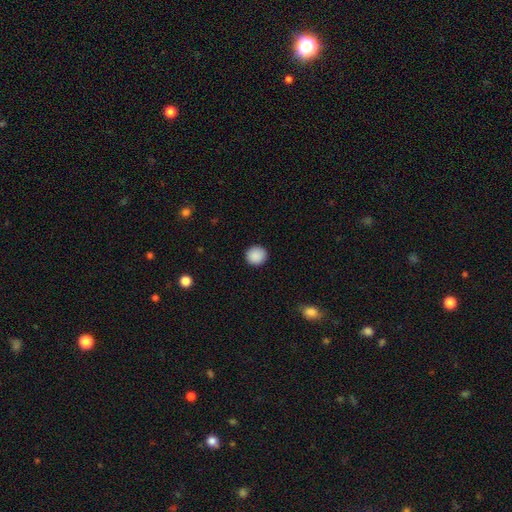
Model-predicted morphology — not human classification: The model was most divided on "smooth or featured": smooth: 89%, star or artifact: 8%, featured or disk: 2%. More confident: how rounded — round (92%); merging — none (92%).